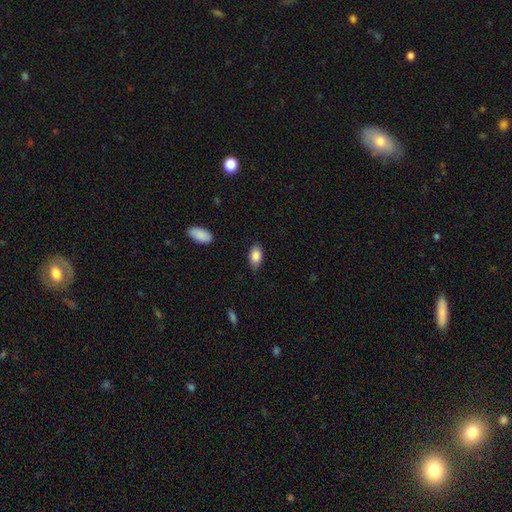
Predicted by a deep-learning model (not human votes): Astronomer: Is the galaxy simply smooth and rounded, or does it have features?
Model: smooth — 85%.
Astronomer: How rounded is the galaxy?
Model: in between — 91%.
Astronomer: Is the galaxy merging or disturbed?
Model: none — 78%.